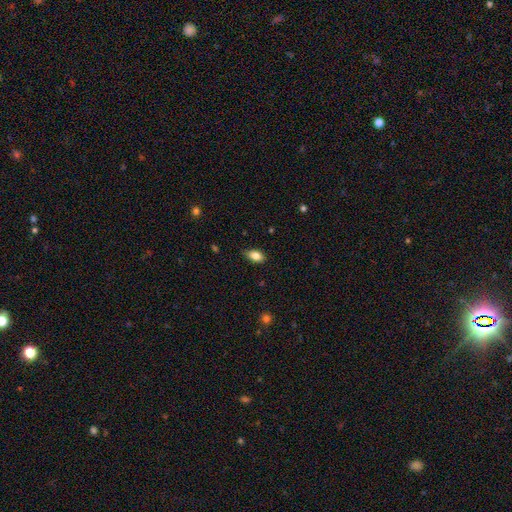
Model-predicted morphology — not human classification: smooth_or_featured: smooth (p=0.84) [alt: featured or disk p=0.08]
how_rounded: in between (p=0.89) [alt: round p=0.07]
merging: none (p=0.80) [alt: minor disturbance p=0.17]